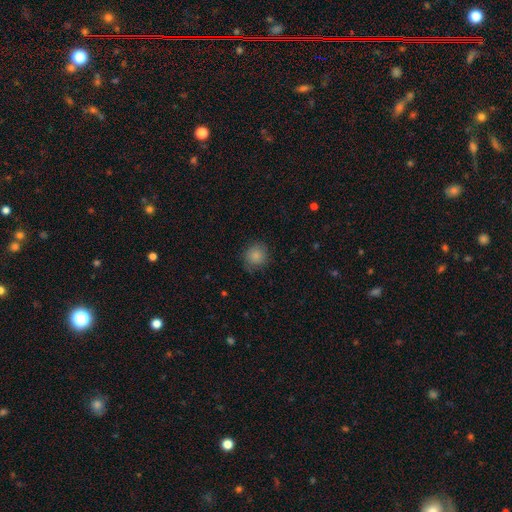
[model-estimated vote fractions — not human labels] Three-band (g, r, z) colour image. It shows a smooth galaxy with no disk features (85%) that is round (89%). Merging: none (80%).